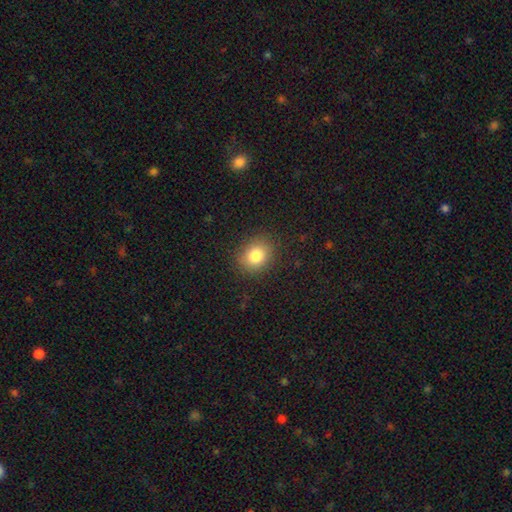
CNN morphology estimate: smooth 83%, star or artifact 10%, featured or disk 7%. Down the decision tree: how rounded — round (58%); merging — none (86%).